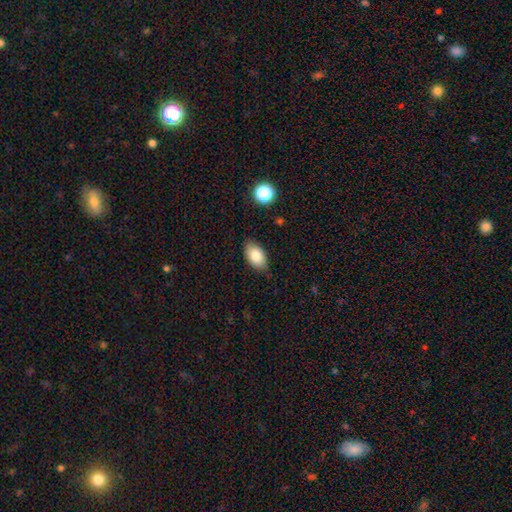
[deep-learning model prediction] smooth 82%, featured or disk 10%, star or artifact 8%. Down the decision tree: how rounded — in between (92%); merging — none (80%).